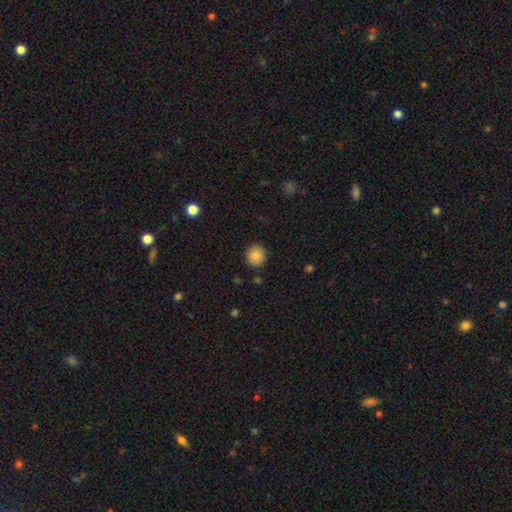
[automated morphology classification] This appears to be a smooth galaxy with no disk features (86%) that is round (92%). Merging: none (90%).